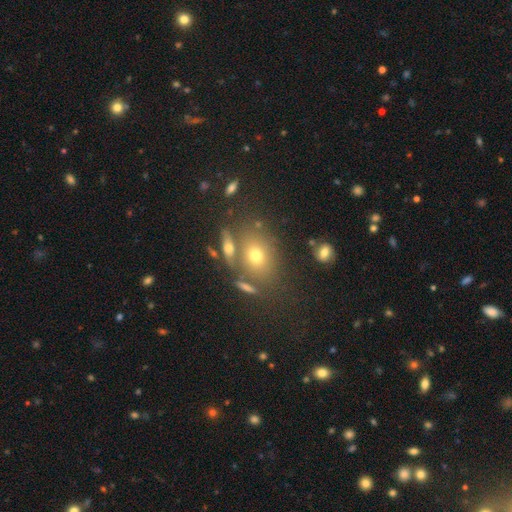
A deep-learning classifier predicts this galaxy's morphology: Smooth or featured?
  - smooth: 64% *
  - featured or disk: 19%
  - star or artifact: 17%
How rounded?
  - in between: 54% *
  - round: 44%
  - cigar-shaped: 3%
Merging?
  - none: 67% *
  - merger: 15%
  - minor disturbance: 12%
  - major disturbance: 5%